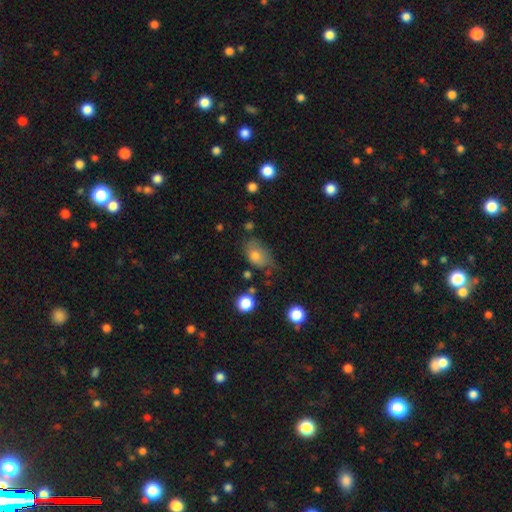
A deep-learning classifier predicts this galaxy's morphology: Overall: smooth (76%). How rounded: in between (81%). Merging: none (44%; minor disturbance 36%).